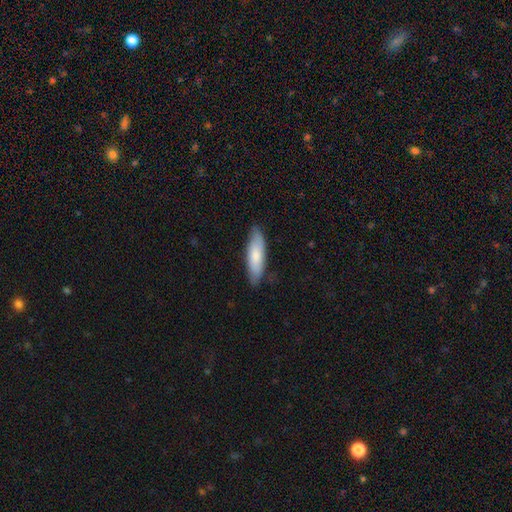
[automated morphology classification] Q: Smooth or featured?
A: smooth (75%); runner-up: featured or disk (20%)
Q: How rounded?
A: cigar-shaped (55%); runner-up: in between (43%)
Q: Merging?
A: none (81%); runner-up: minor disturbance (15%)